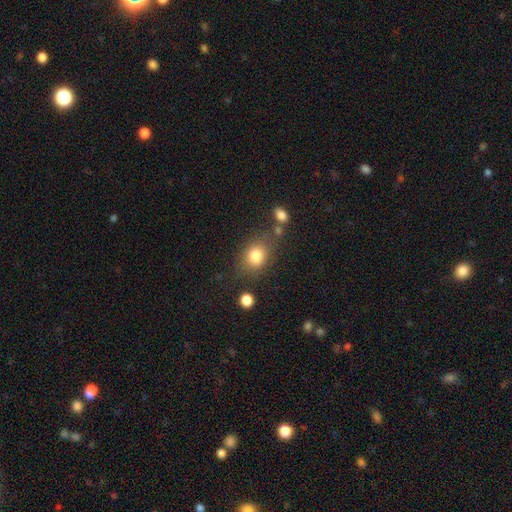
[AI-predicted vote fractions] Smooth or featured: smooth — 81% (star or artifact — 10%)
How rounded: in between — 61% (round — 38%)
Merging: none — 66% (minor disturbance — 18%)